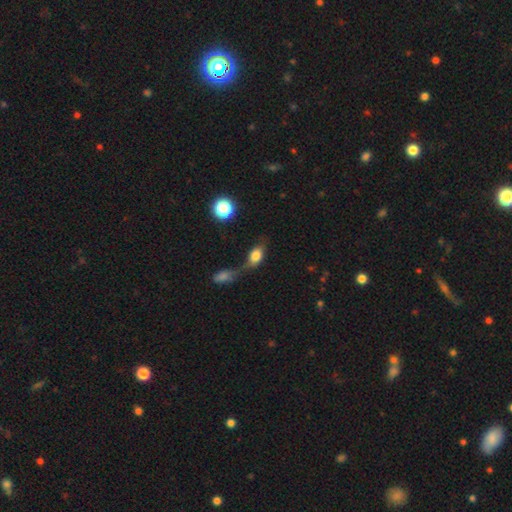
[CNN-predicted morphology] This appears to be a smooth galaxy with no disk features (76%) that is in between round and cigar-shaped (82%). Merging: merger (40%).